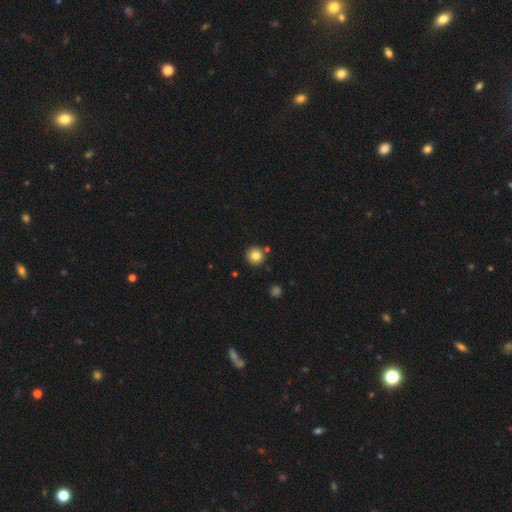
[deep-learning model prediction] This appears to be a smooth galaxy with no disk features (83%) that is round (94%). Merging: none (85%).